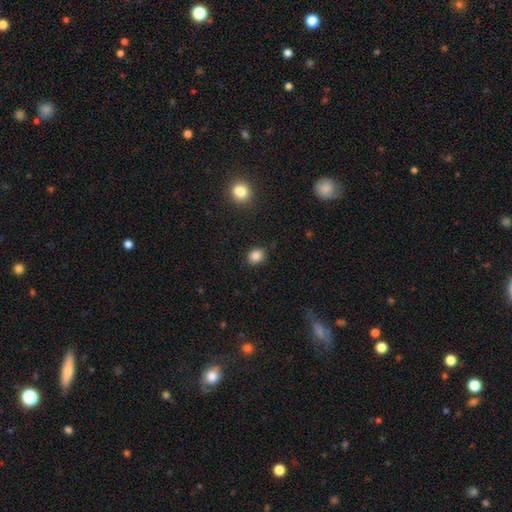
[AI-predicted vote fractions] Smooth or featured? smooth (86%)
How rounded? round (60%)
Merging? none (87%)